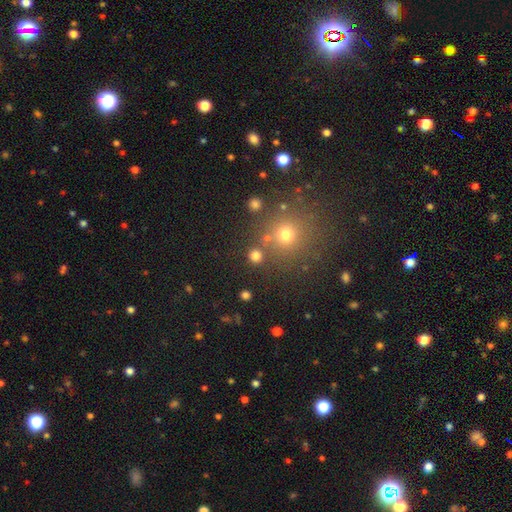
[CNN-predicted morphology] This appears to be a smooth galaxy with no disk features (77%) that is round (92%). Merging: none (83%).